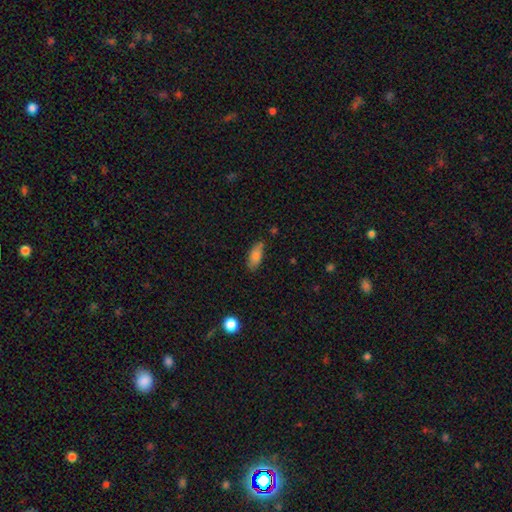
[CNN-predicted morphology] A smooth galaxy with no disk features (79%) that is in between round and cigar-shaped (79%).

Vote fractions:
- Smooth or featured? smooth: 79% / featured or disk: 13% / star or artifact: 8%
- How rounded? in between: 79% / cigar-shaped: 19% / round: 3%
- Merging? none: 77% / minor disturbance: 18% / major disturbance: 3% / merger: 2%